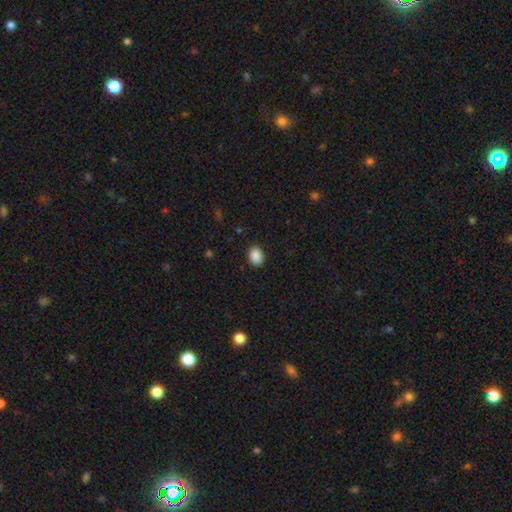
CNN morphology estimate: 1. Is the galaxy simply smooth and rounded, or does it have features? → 89% smooth, 8% star or artifact, 3% featured or disk.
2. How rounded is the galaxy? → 73% in between, 26% round, 1% cigar-shaped.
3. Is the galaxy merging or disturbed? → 88% none, 9% minor disturbance, 2% major disturbance, 1% merger.